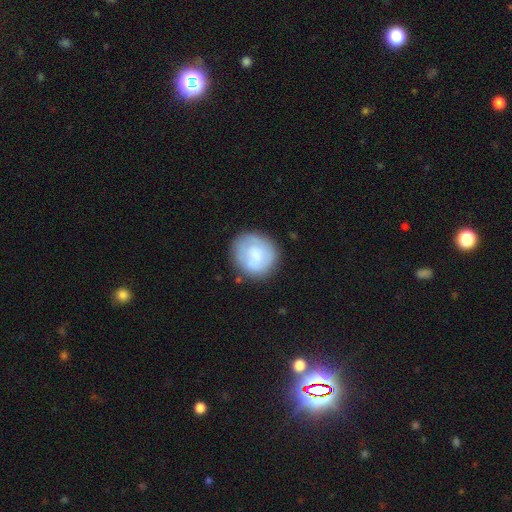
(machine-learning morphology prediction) This is likely a smooth galaxy (65%). How rounded: clearly round (82%). Merging: likely none (72%).